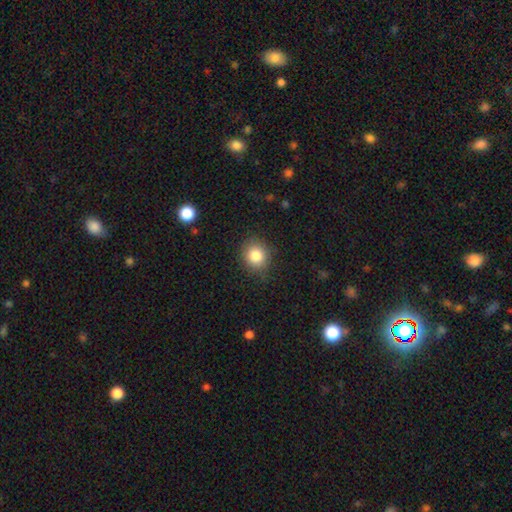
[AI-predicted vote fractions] Q: Smooth or featured?
A: smooth (83%); runner-up: star or artifact (10%)
Q: How rounded?
A: round (81%); runner-up: in between (18%)
Q: Merging?
A: none (83%); runner-up: minor disturbance (13%)